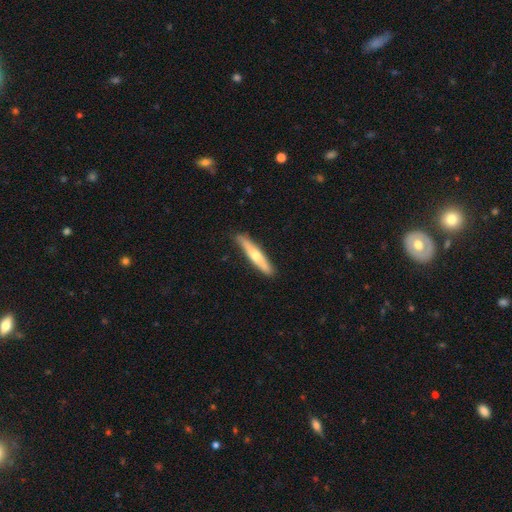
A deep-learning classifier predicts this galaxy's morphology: Overall: smooth (53%; featured or disk 42%). How rounded: cigar-shaped (88%). Merging: none (87%).